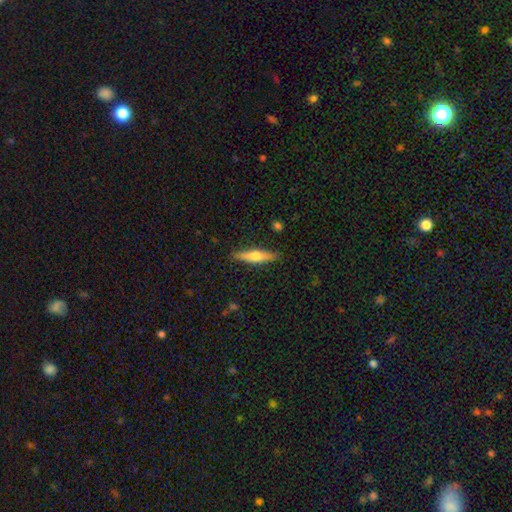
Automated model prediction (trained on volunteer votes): This is possibly a smooth galaxy (50%). Merging: clearly none (89%).